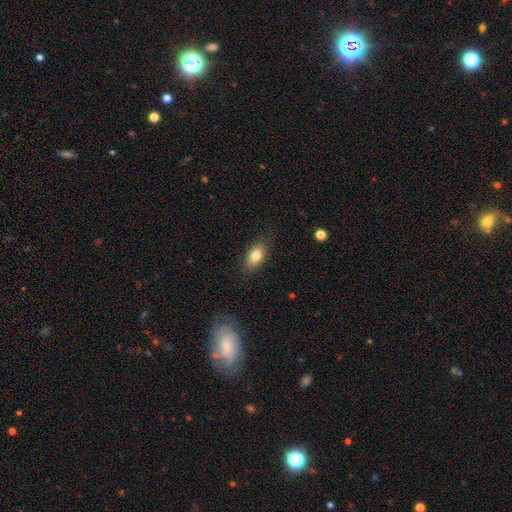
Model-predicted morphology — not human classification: Q: Smooth or featured?
A: smooth (81%); runner-up: featured or disk (12%)
Q: How rounded?
A: in between (87%); runner-up: cigar-shaped (6%)
Q: Merging?
A: none (83%); runner-up: minor disturbance (12%)